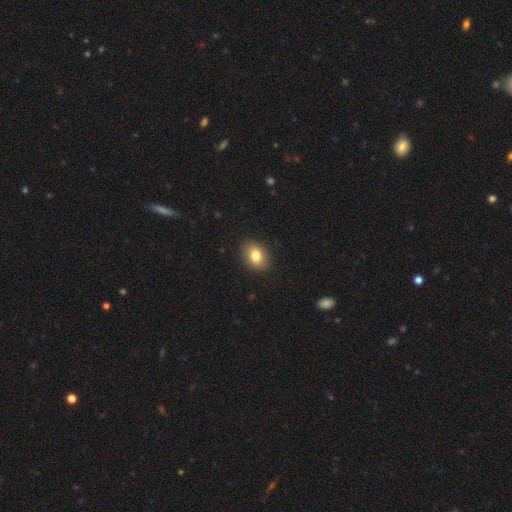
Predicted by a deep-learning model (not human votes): Smooth or featured?
  - smooth: 83% *
  - star or artifact: 9%
  - featured or disk: 8%
How rounded?
  - in between: 66% *
  - round: 33%
  - cigar-shaped: 1%
Merging?
  - none: 88% *
  - minor disturbance: 9%
  - major disturbance: 2%
  - merger: 1%